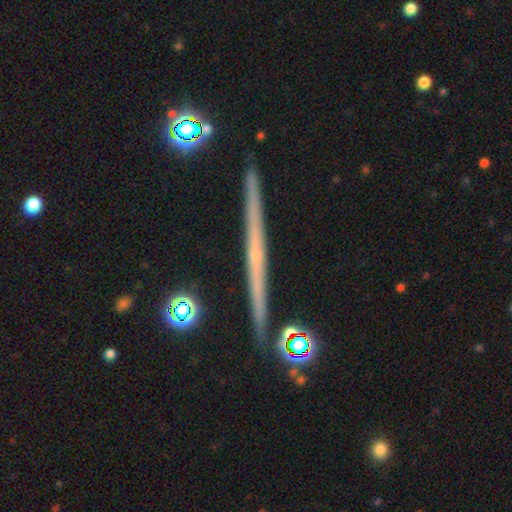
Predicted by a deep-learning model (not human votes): Overall: featured or disk (70%). Edge-on disk: yes (98%). Edge-on bulge: none (81%). Merging: none (91%).